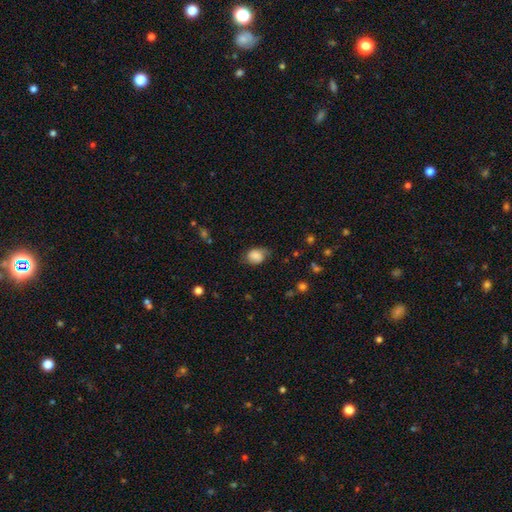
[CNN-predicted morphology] smooth 77%, featured or disk 14%, star or artifact 9%. Down the decision tree: how rounded — in between (60%); merging — none (61%).